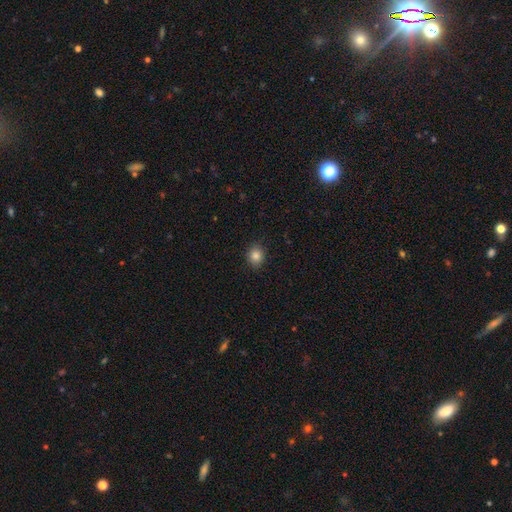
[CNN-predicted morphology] smooth_or_featured: smooth (p=0.84) [alt: star or artifact p=0.11]
how_rounded: round (p=0.63) [alt: in between p=0.36]
merging: none (p=0.89) [alt: minor disturbance p=0.08]